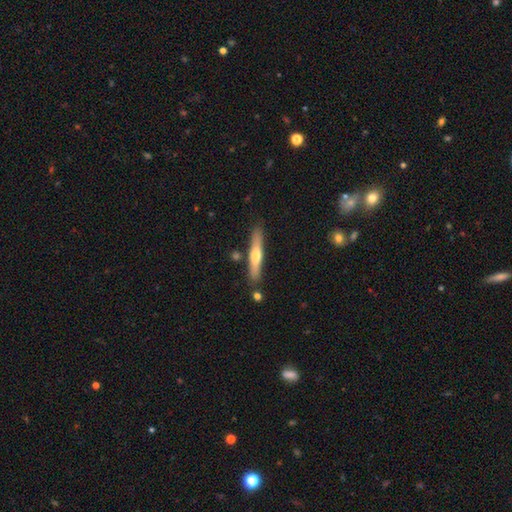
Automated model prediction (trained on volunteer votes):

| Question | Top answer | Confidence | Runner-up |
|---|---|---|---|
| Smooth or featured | smooth | 49% | featured or disk (46%) |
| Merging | none | 82% | minor disturbance (11%) |